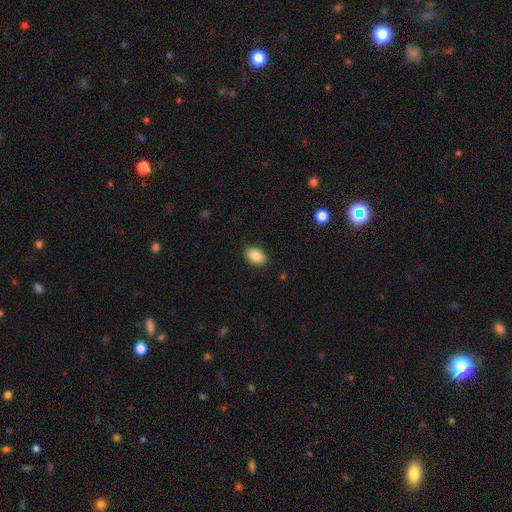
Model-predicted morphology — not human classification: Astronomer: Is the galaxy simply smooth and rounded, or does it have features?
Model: smooth — 86%.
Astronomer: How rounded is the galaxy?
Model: in between — 86%.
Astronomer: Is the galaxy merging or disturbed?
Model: none — 89%.